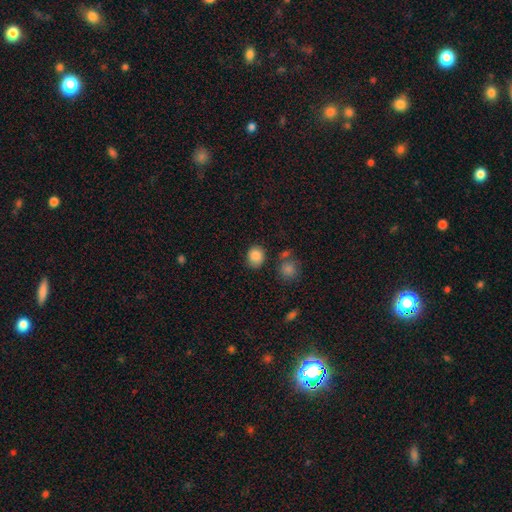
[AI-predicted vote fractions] The model was most divided on "how rounded": round: 73%, in between: 26%, cigar-shaped: 1%. More confident: smooth or featured — smooth (87%); merging — none (74%).